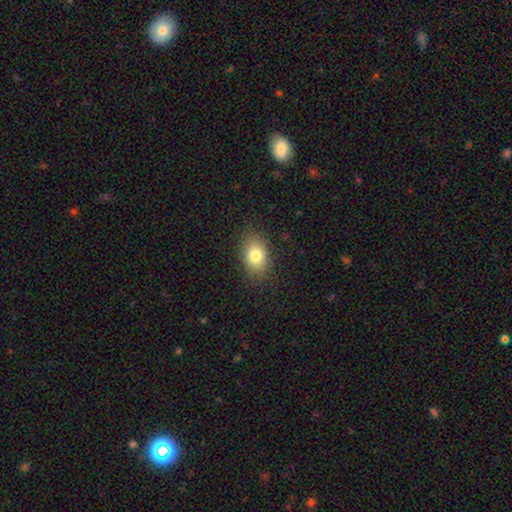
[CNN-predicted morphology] smooth_or_featured: smooth (p=0.80) [alt: featured or disk p=0.10]
how_rounded: in between (p=0.80) [alt: round p=0.19]
merging: none (p=0.84) [alt: minor disturbance p=0.11]